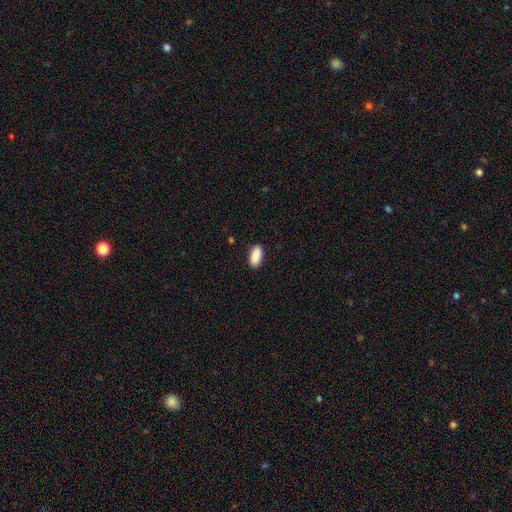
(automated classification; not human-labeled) Smooth or featured? Predicted: smooth (p=0.91). How rounded? Predicted: in between (p=0.91). Merging? Predicted: none (p=0.88).